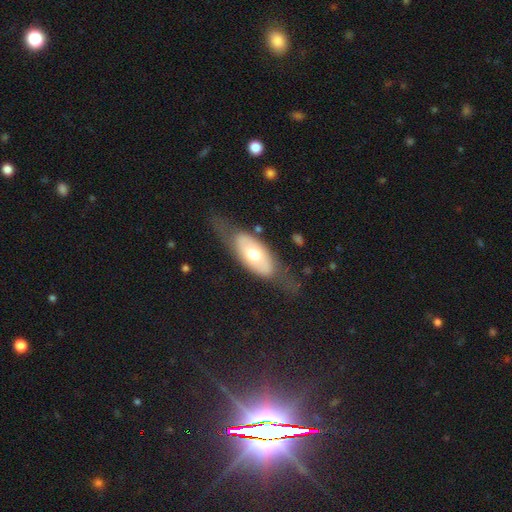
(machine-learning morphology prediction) Q: Smooth or featured?
A: featured or disk (58%); runner-up: smooth (34%)
Q: Edge-on disk?
A: no (76%); runner-up: yes (24%)
Q: Merging?
A: none (67%); runner-up: minor disturbance (20%)